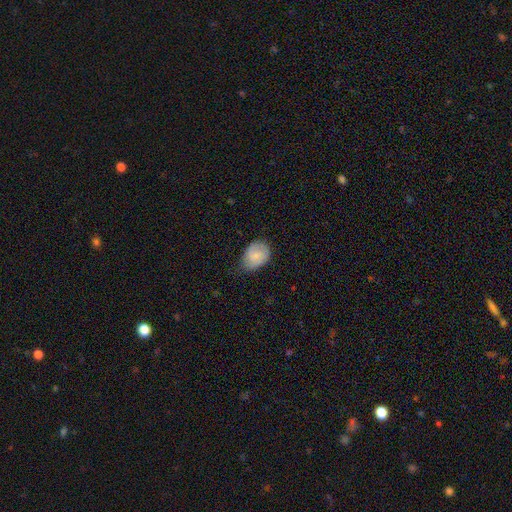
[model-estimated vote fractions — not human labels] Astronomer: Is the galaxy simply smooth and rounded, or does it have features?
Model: smooth — 72%.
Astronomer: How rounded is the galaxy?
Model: in between — 68%.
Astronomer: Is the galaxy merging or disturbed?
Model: none — 54% (runner-up: minor disturbance, 37%).